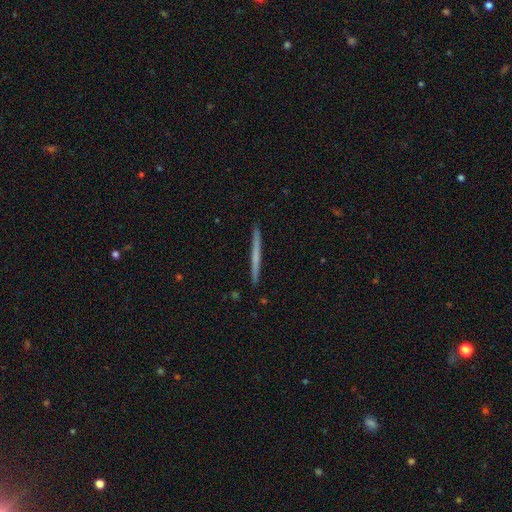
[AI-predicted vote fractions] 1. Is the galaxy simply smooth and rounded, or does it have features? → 47% featured or disk (tied), 47% smooth (tied), 5% star or artifact.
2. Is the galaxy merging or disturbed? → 93% none, 5% minor disturbance, 1% major disturbance, 1% merger.